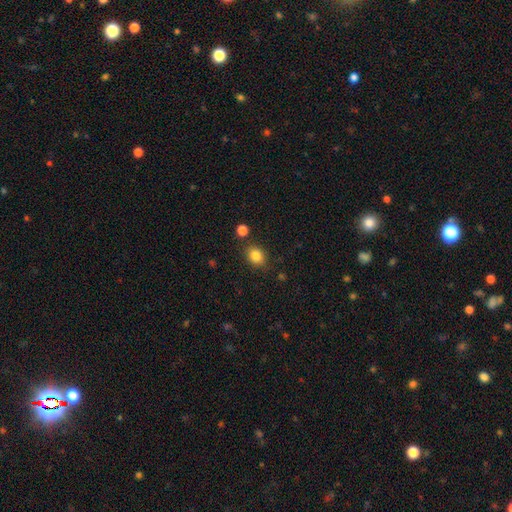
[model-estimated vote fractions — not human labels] smooth-or-featured: smooth: 84% | star or artifact: 10% | featured or disk: 5%
  how-rounded: round: 51% | in between: 48% | cigar-shaped: 1%
  merging: none: 82% | minor disturbance: 11% | merger: 4% | major disturbance: 3%